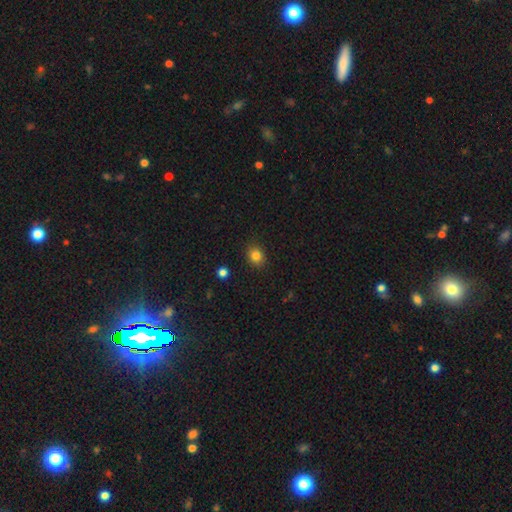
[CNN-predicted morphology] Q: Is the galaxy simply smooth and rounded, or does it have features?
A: smooth — 83%.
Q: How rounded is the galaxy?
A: round — 65%.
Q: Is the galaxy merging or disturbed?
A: none — 88%.